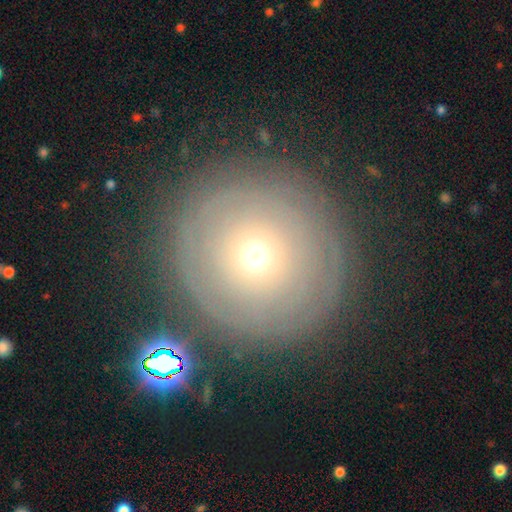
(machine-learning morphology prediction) Smooth or featured? featured or disk (51%)
Edge-on disk? no (94%)
Merging? none (72%)